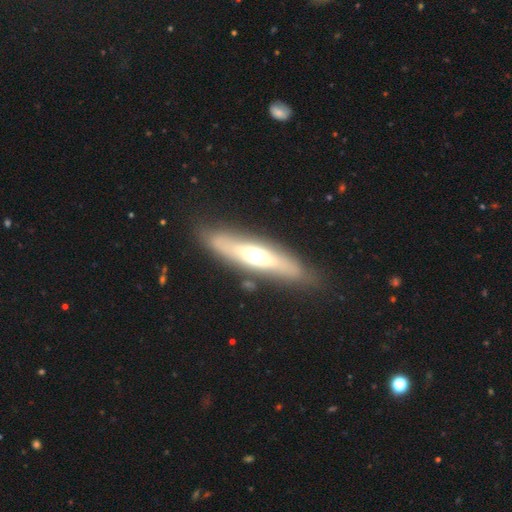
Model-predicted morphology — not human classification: Smooth or featured? featured or disk (59%)
Edge-on disk? yes (69%)
Merging? none (81%)